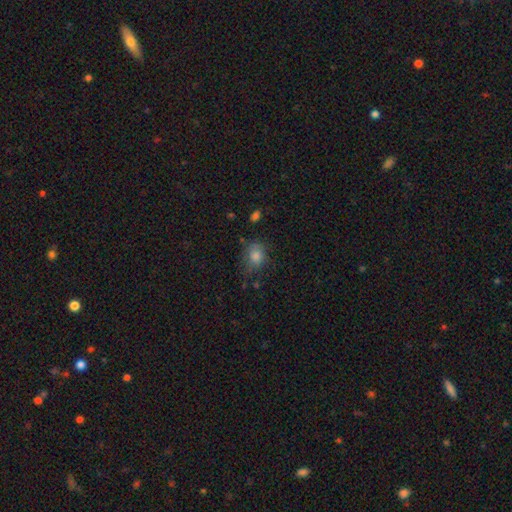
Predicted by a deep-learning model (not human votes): smooth 78%, star or artifact 13%, featured or disk 9%. Down the decision tree: how rounded — round (53%); merging — none (64%).